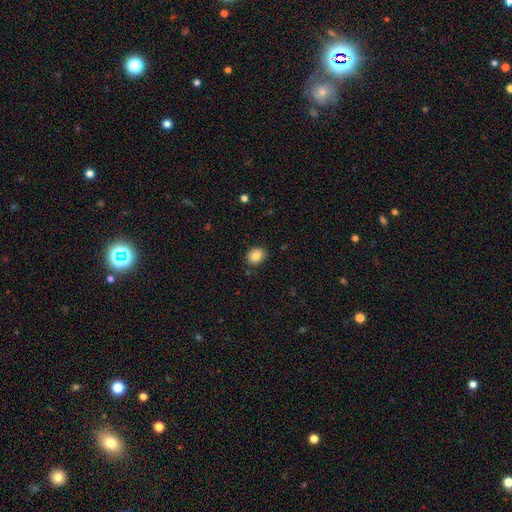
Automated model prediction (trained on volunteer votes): A smooth galaxy with no disk features (86%) that is round (63%).

Vote fractions:
- Smooth or featured? smooth: 86% / star or artifact: 10% / featured or disk: 5%
- How rounded? round: 63% / in between: 36% / cigar-shaped: 1%
- Merging? none: 87% / minor disturbance: 9% / major disturbance: 2% / merger: 2%